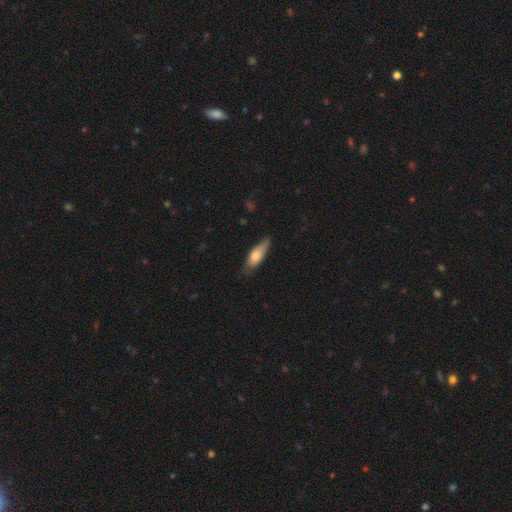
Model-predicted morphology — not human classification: A smooth galaxy with no disk features (71%) that is in between round and cigar-shaped (60%). Merging: none (62%).